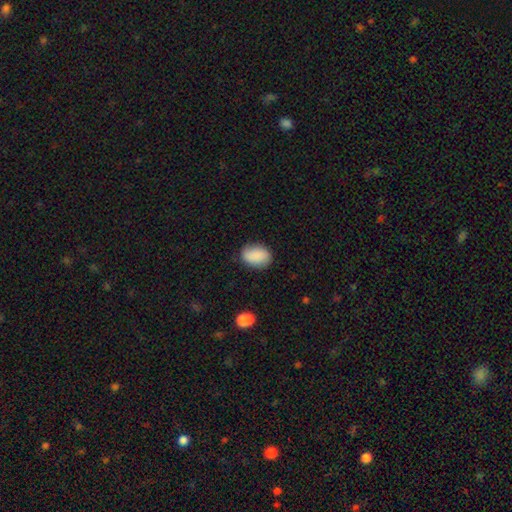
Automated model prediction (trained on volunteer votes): smooth 87%, star or artifact 7%, featured or disk 6%. Down the decision tree: how rounded — in between (81%); merging — none (79%).